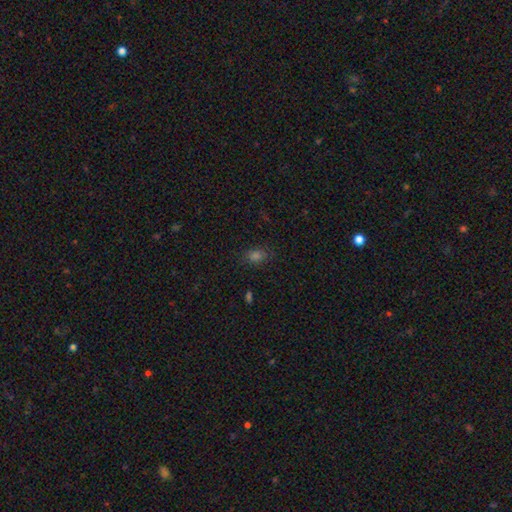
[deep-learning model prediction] smooth-or-featured: smooth: 71% | star or artifact: 23% | featured or disk: 6%
  how-rounded: in between: 70% | round: 27% | cigar-shaped: 2%
  merging: none: 82% | minor disturbance: 13% | major disturbance: 4% | merger: 2%